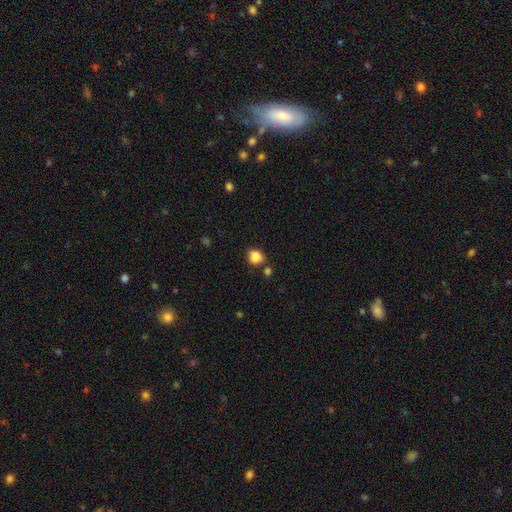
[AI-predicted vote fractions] Smooth or featured: smooth — 83% (star or artifact — 10%)
How rounded: round — 53% (in between — 46%)
Merging: none — 57% (minor disturbance — 20%)